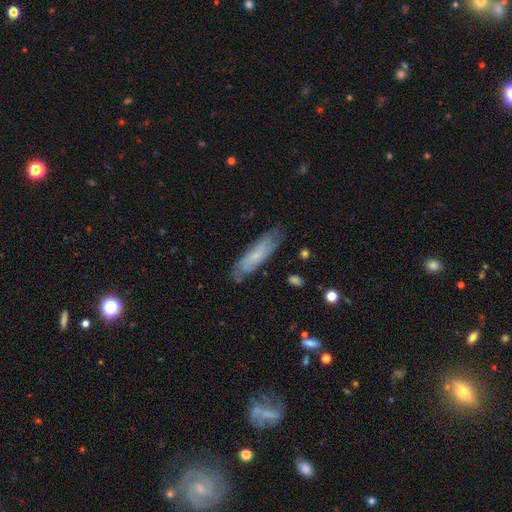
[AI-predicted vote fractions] A smooth galaxy with no disk features (57%) that is cigar-shaped (68%).

Vote fractions:
- Smooth or featured? smooth: 57% / featured or disk: 36% / star or artifact: 7%
- How rounded? cigar-shaped: 68% / in between: 30% / round: 2%
- Merging? none: 78% / minor disturbance: 16% / major disturbance: 4% / merger: 2%